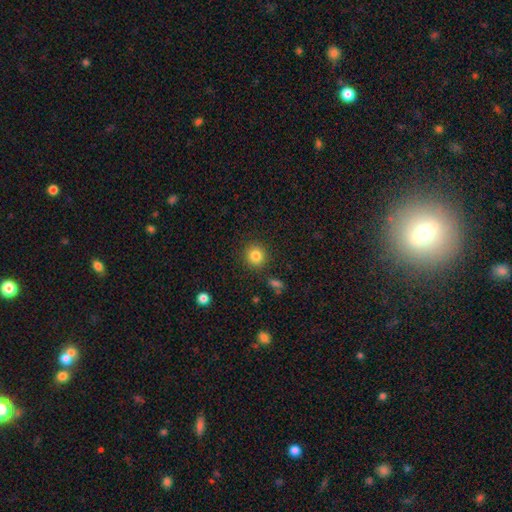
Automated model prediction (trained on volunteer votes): smooth_or_featured: smooth (p=0.84) [alt: star or artifact p=0.11]
how_rounded: round (p=0.91) [alt: in between p=0.08]
merging: none (p=0.89) [alt: minor disturbance p=0.07]